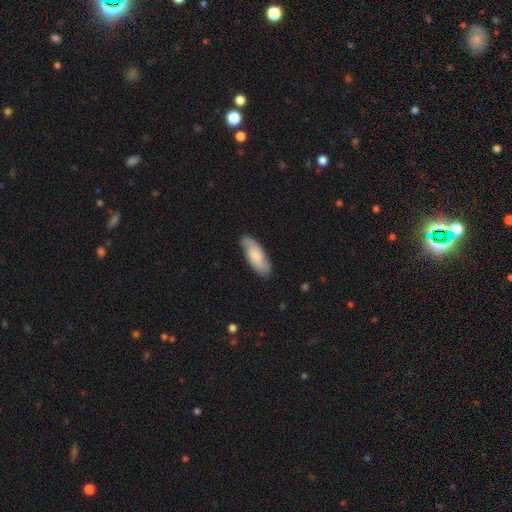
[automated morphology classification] Smooth or featured? Predicted: smooth (p=0.64). How rounded? Predicted: in between (p=0.73). Merging? Predicted: none (p=0.80).